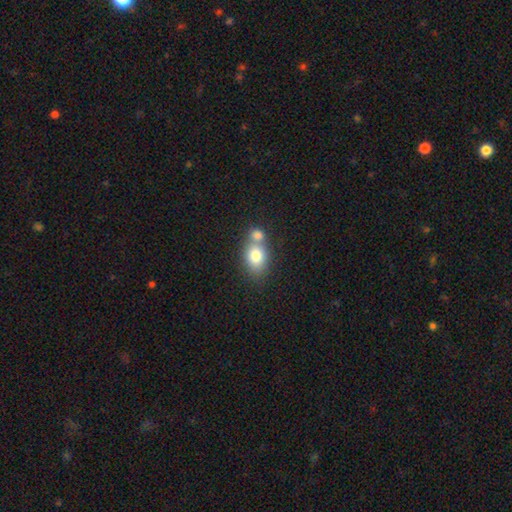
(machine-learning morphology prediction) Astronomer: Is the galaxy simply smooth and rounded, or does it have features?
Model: smooth — 78%.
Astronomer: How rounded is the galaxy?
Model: in between — 61% (runner-up: round, 37%).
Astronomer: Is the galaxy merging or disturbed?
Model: merger — 52% (runner-up: none, 36%).